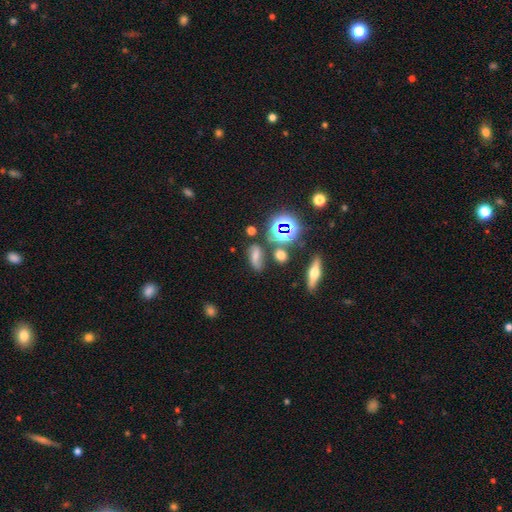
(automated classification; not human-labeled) smooth 47%, featured or disk 28%, star or artifact 25%. Down the decision tree: merging — none (62%).